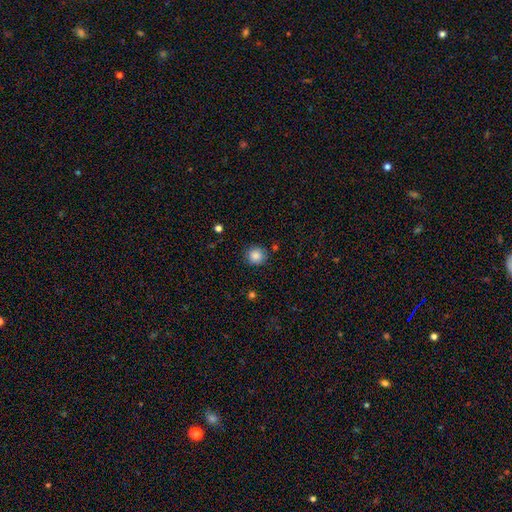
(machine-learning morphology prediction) Smooth or featured: smooth — 85% (star or artifact — 10%)
How rounded: round — 92% (in between — 7%)
Merging: none — 87% (minor disturbance — 9%)